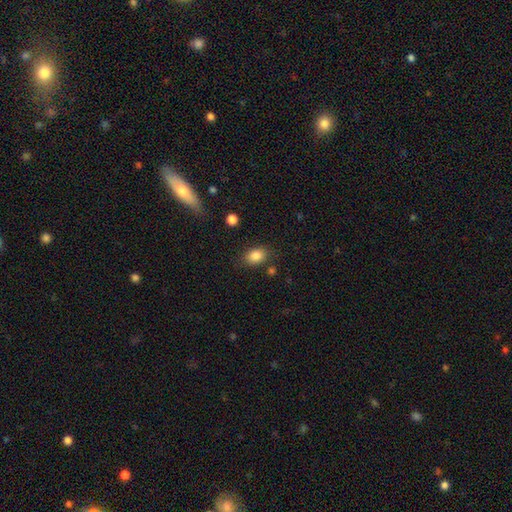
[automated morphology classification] type=smooth (85%); roundness=in between (74%); merging=none (80%).